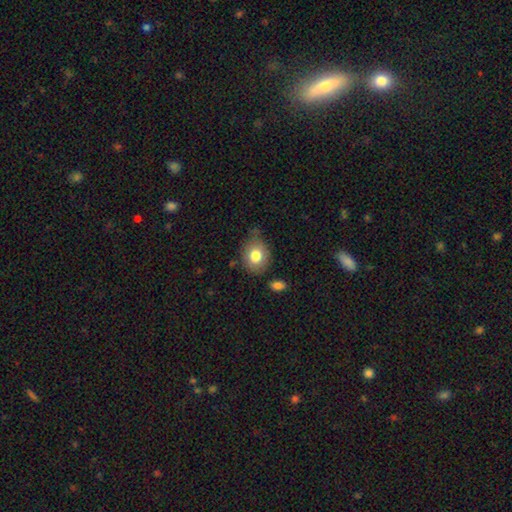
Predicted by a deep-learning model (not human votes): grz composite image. It shows a smooth galaxy with no disk features (79%) that is round (59%). Merging: none (70%).